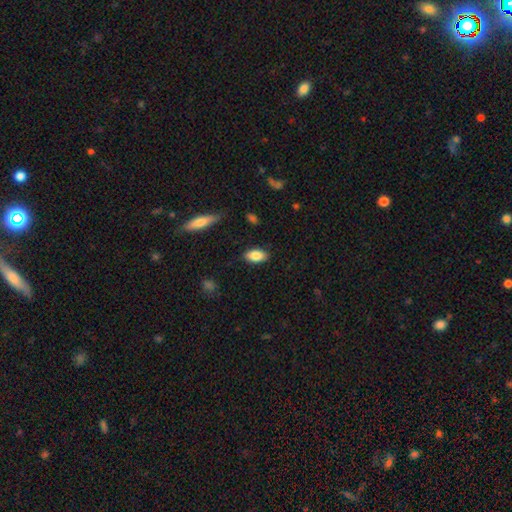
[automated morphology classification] A smooth galaxy with no disk features (85%) that is in between round and cigar-shaped (91%). Merging: none (85%).